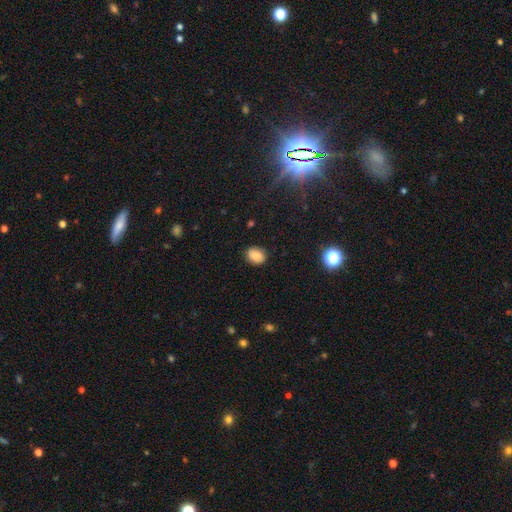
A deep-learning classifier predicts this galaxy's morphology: Smooth or featured? smooth (85%)
How rounded? in between (63%)
Merging? none (83%)